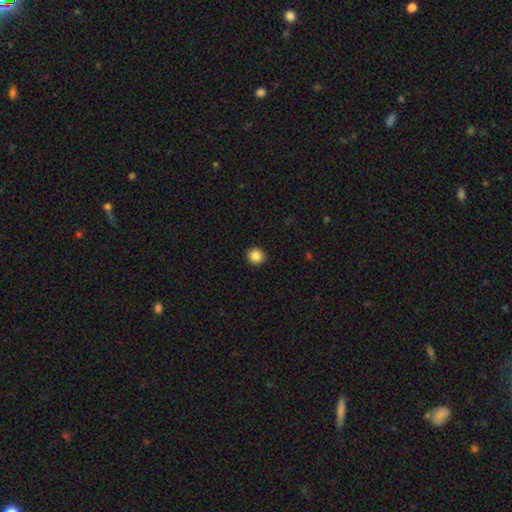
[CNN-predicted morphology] type=smooth (86%); roundness=round (93%); merging=none (93%).